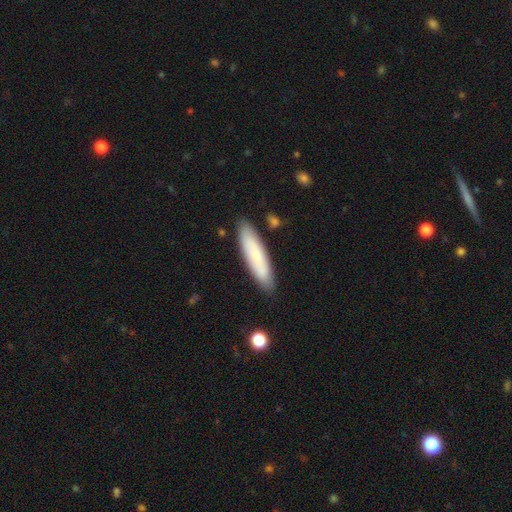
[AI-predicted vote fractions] Smooth or featured: smooth — 70% (featured or disk — 23%)
How rounded: cigar-shaped — 71% (in between — 28%)
Merging: none — 85% (minor disturbance — 11%)